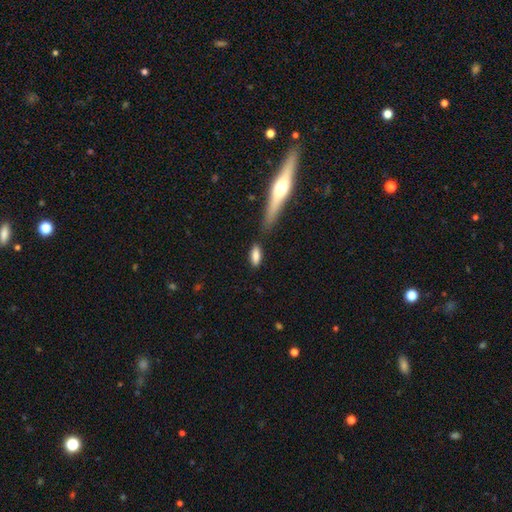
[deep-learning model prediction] smooth-or-featured: smooth: 83% | featured or disk: 9% | star or artifact: 7%
  how-rounded: in between: 74% | cigar-shaped: 23% | round: 3%
  merging: none: 75% | minor disturbance: 14% | merger: 6% | major disturbance: 4%